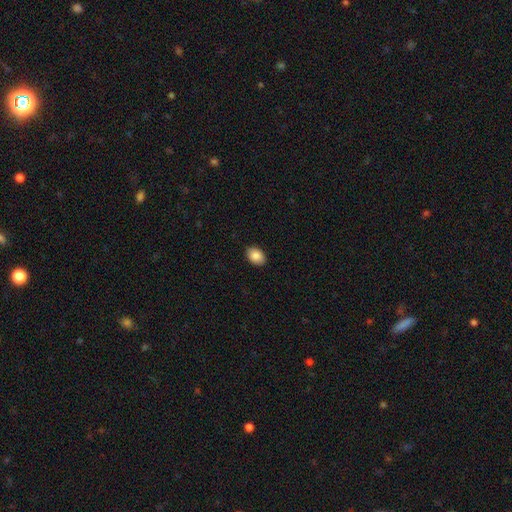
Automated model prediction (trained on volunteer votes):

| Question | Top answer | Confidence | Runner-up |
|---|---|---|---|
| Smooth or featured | smooth | 88% | star or artifact (7%) |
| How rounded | in between | 81% | round (18%) |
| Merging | none | 89% | minor disturbance (8%) |